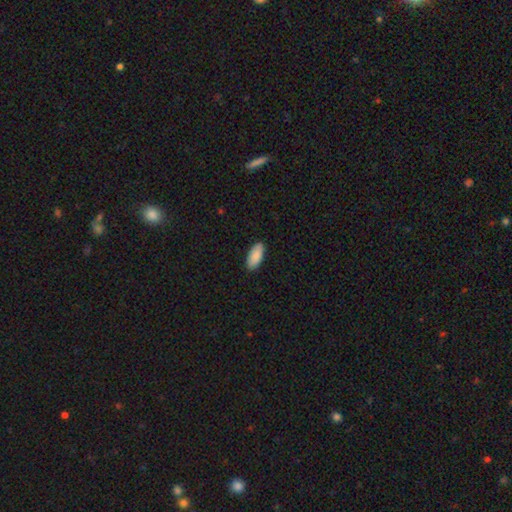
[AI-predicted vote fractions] Smooth or featured?
  - smooth: 89% *
  - star or artifact: 6%
  - featured or disk: 5%
How rounded?
  - in between: 90% *
  - cigar-shaped: 8%
  - round: 2%
Merging?
  - none: 90% *
  - minor disturbance: 8%
  - major disturbance: 2%
  - merger: 1%